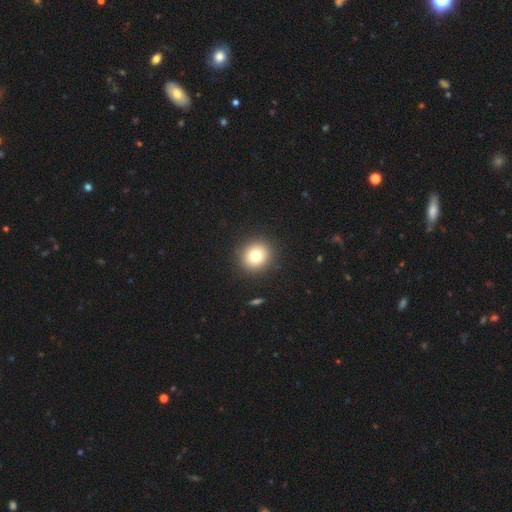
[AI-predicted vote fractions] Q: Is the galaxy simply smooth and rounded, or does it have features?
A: smooth — 77%.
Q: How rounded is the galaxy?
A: round — 87%.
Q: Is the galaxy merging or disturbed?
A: none — 91%.